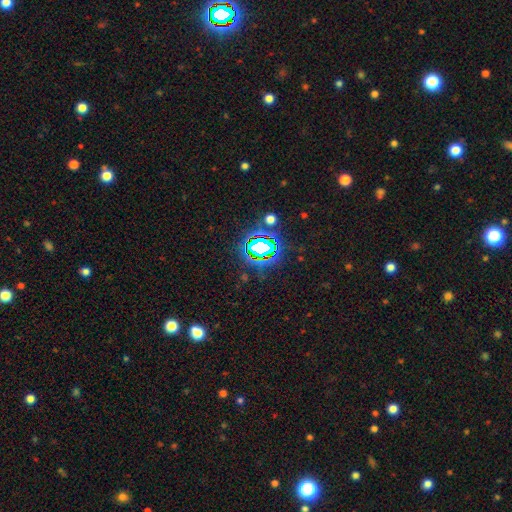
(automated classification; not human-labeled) The model was most divided on "smooth or featured": star or artifact: 77%, smooth: 15%, featured or disk: 8%.